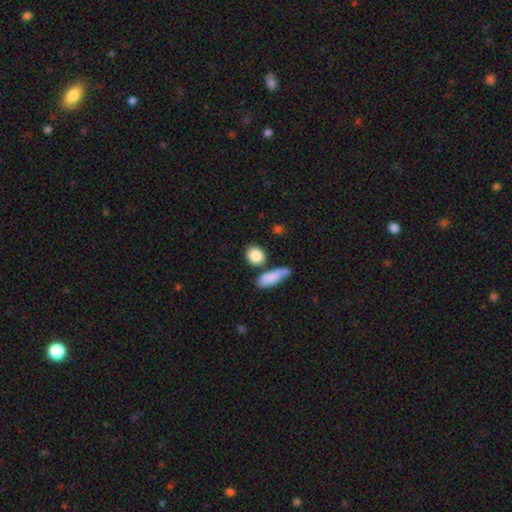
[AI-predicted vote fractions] smooth-or-featured: smooth: 85% | star or artifact: 7% | featured or disk: 7%
  how-rounded: round: 59% | in between: 35% | cigar-shaped: 6%
  merging: none: 67% | merger: 16% | minor disturbance: 13% | major disturbance: 5%